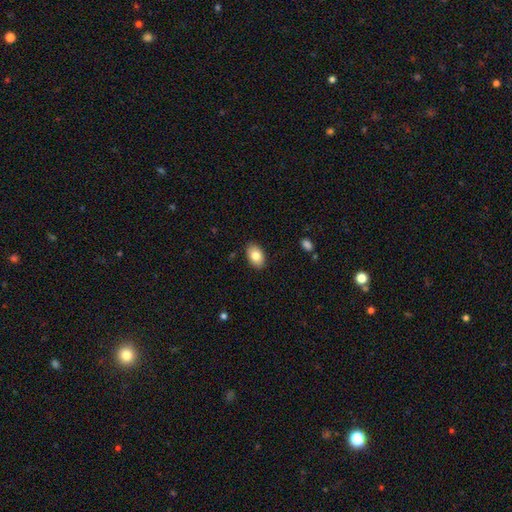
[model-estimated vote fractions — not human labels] The model was most divided on "smooth or featured": smooth: 82%, featured or disk: 11%, star or artifact: 7%. More confident: how rounded — in between (89%); merging — none (88%).